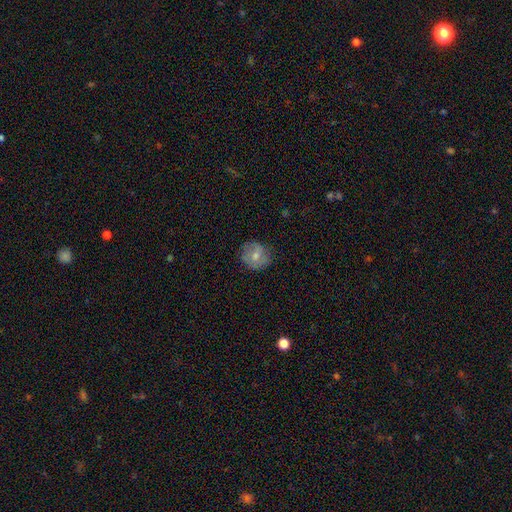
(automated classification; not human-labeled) A smooth galaxy with no disk features (63%) that is round (80%). Merging: none (74%).